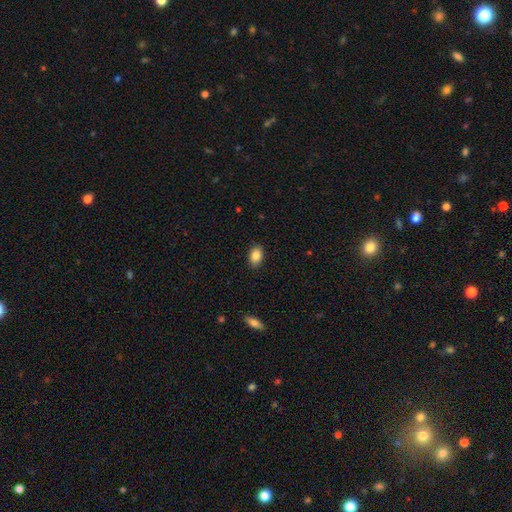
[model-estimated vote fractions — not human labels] This appears to be a smooth galaxy with no disk features (87%) that is in between round and cigar-shaped (87%). Merging: none (88%).